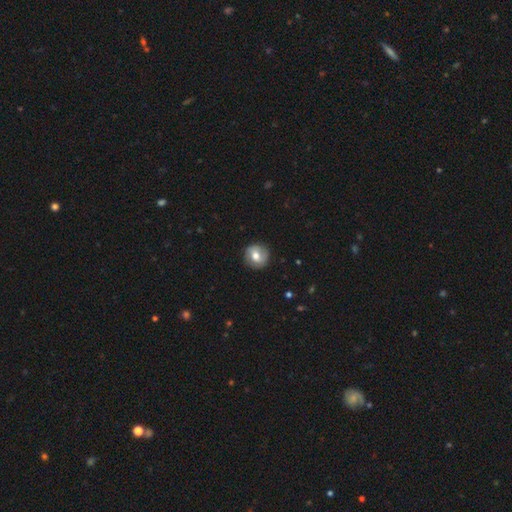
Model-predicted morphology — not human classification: The model was most divided on "smooth or featured": smooth: 56%, featured or disk: 36%, star or artifact: 8%. More confident: how rounded — round (89%); merging — none (87%).